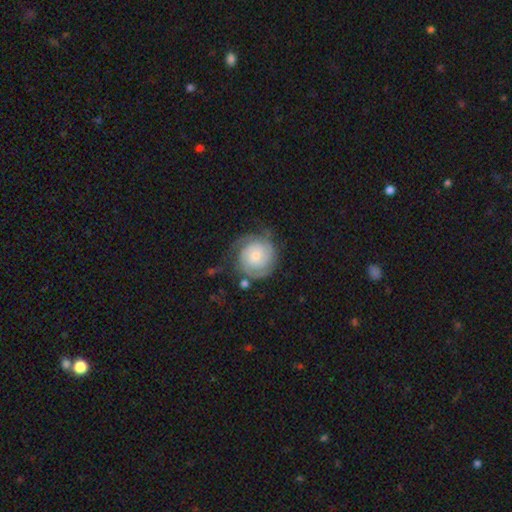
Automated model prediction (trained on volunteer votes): Smooth or featured: featured or disk — 73% (smooth — 21%)
Edge-on disk: no — 98% (yes — 2%)
Bar: no — 75% (weak — 21%)
Spiral arms: yes — 94% (no — 6%)
Spiral winding: tight — 70% (medium — 23%)
Spiral arm count: 2 — 48% (can't tell — 25%)
Bulge size: small — 57% (moderate — 35%)
Merging: none — 65% (minor disturbance — 20%)